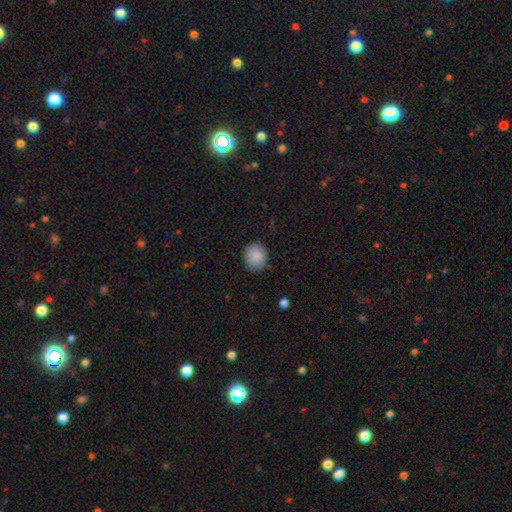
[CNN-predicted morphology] smooth 88%, star or artifact 8%, featured or disk 5%. Down the decision tree: how rounded — round (70%); merging — none (85%).